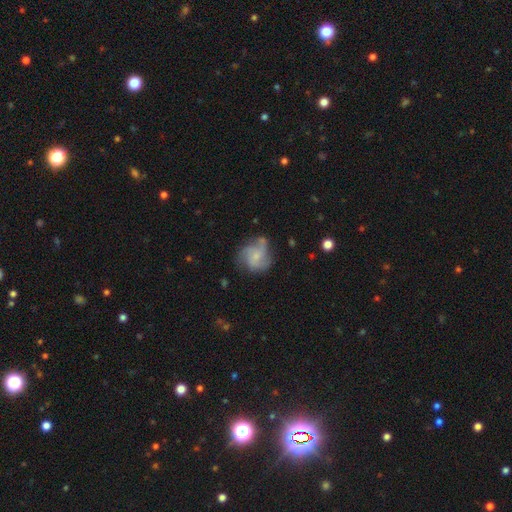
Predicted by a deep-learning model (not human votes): This is likely a featured or disk galaxy (62%). It is clearly not viewed edge-on (98%). Bar: likely no (73%). Spiral arm pattern: clearly yes (86%). Spiral arm count: marginally 3 (43%). Spiral winding: possibly medium (47%). Central bulge: likely small (67%). Merging: possibly none (57%).